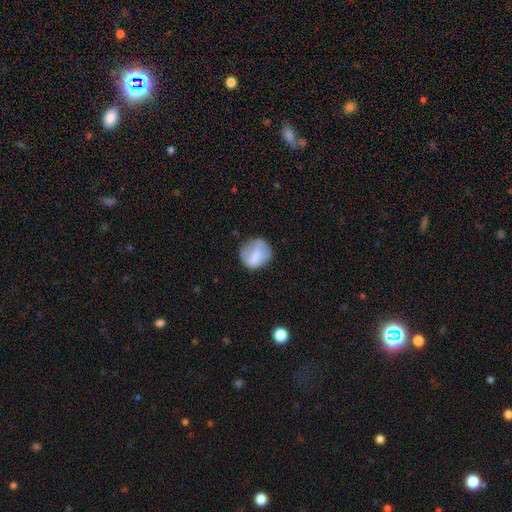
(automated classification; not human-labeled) smooth-or-featured: smooth: 69% | featured or disk: 23% | star or artifact: 8%
  how-rounded: round: 76% | in between: 23% | cigar-shaped: 1%
  merging: none: 63% | minor disturbance: 23% | major disturbance: 11% | merger: 2%